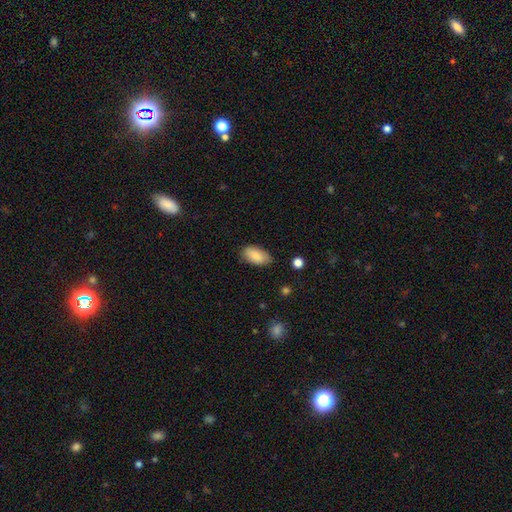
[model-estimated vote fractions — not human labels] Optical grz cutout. It shows a smooth galaxy with no disk features (86%) that is in between round and cigar-shaped (94%). Merging: none (79%).